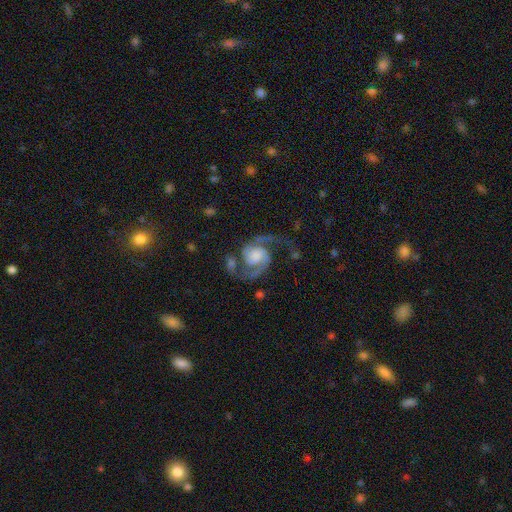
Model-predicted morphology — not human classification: Smooth or featured?
  - featured or disk: 91% *
  - smooth: 5%
  - star or artifact: 5%
Edge-on disk?
  - no: 98% *
  - yes: 2%
Bar?
  - no: 66% *
  - weak: 26%
  - strong: 8%
Spiral arms?
  - yes: 98% *
  - no: 2%
Spiral winding?
  - medium: 54% *
  - loose: 31%
  - tight: 14%
Spiral arm count?
  - 2: 94% *
  - 1: 2%
  - can't tell: 1%
  - 3: 1%
  - 4: 1%
  - more than 4: 1%
Bulge size?
  - large: 30% *
  - moderate: 24%
  - none: 21%
  - small: 18%
  - dominant: 6%
Merging?
  - none: 63% *
  - minor disturbance: 18%
  - major disturbance: 13%
  - merger: 5%